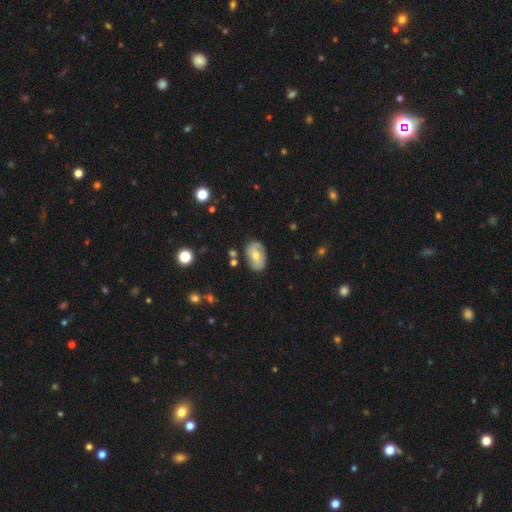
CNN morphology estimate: Smooth or featured: smooth — 53% (featured or disk — 39%)
How rounded: in between — 86% (round — 12%)
Merging: none — 75% (minor disturbance — 18%)